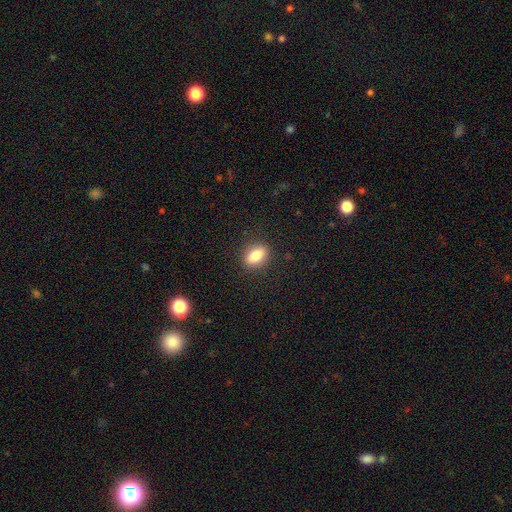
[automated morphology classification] smooth_or_featured: smooth (p=0.78) [alt: featured or disk p=0.13]
how_rounded: in between (p=0.77) [alt: round p=0.14]
merging: none (p=0.88) [alt: minor disturbance p=0.09]